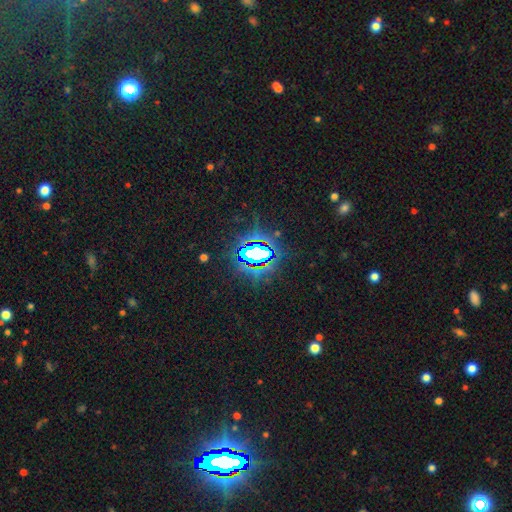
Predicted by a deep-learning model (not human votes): Smooth or featured? star or artifact (74%)